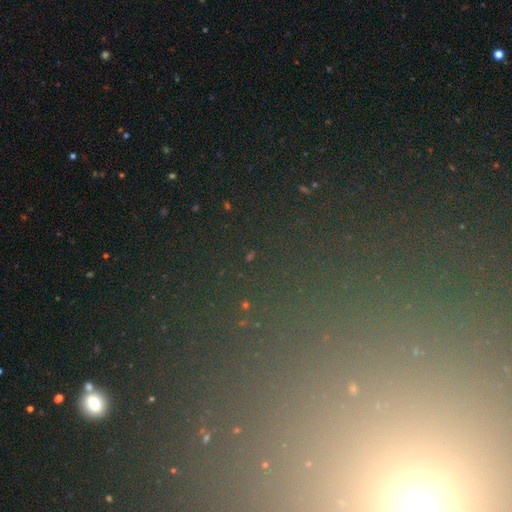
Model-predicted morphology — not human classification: This appears to be a star or artifact, not a galaxy (69%).